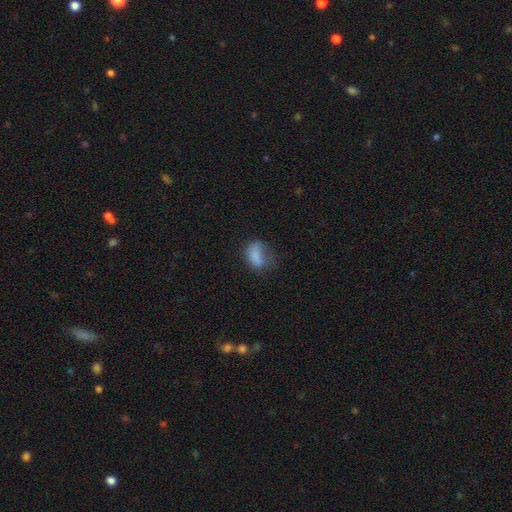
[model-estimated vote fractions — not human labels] Morphology: type=smooth (75%); roundness=in between (80%); merging=none (33%).